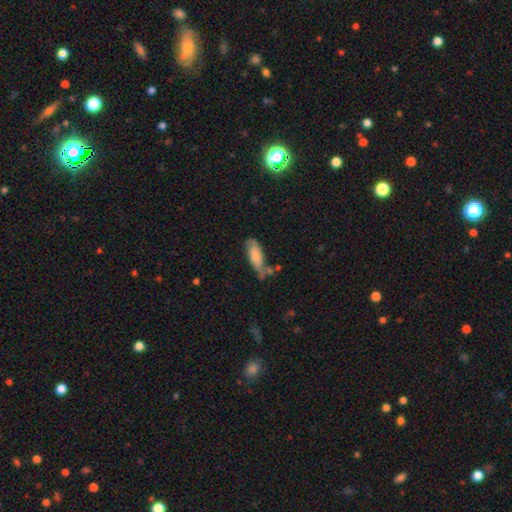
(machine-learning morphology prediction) smooth 70%, featured or disk 24%, star or artifact 6%. Down the decision tree: how rounded — in between (71%); merging — none (49%).